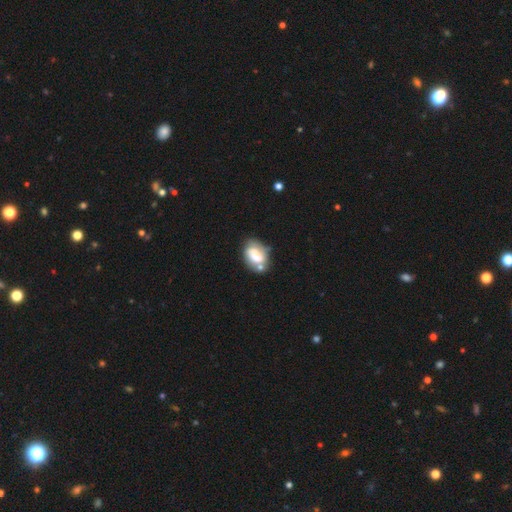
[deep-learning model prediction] Smooth or featured?
  - smooth: 52% *
  - featured or disk: 39%
  - star or artifact: 8%
How rounded?
  - in between: 78% *
  - round: 20%
  - cigar-shaped: 2%
Merging?
  - none: 39% *
  - merger: 27%
  - minor disturbance: 23%
  - major disturbance: 11%